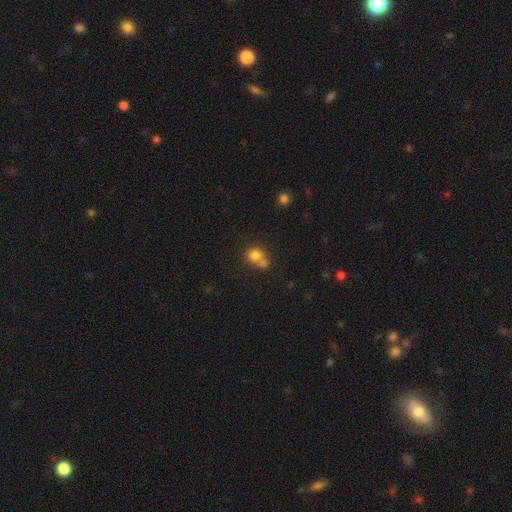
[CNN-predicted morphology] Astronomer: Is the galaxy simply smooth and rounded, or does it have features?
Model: smooth — 78%.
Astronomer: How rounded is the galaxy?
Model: round — 82%.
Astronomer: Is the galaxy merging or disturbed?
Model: merger — 52% (runner-up: none, 38%).